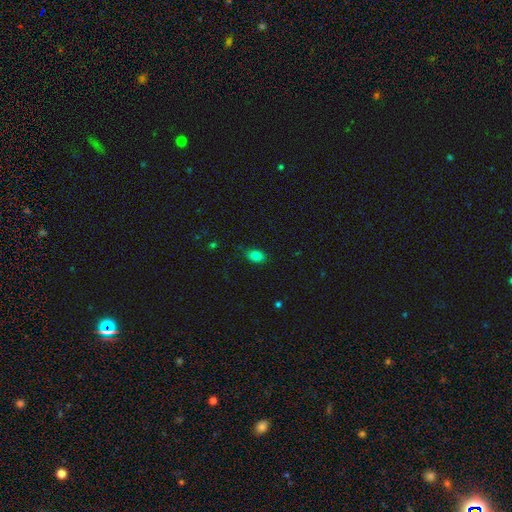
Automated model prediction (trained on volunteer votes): smooth 83%, star or artifact 11%, featured or disk 6%. Down the decision tree: how rounded — in between (82%); merging — none (83%).